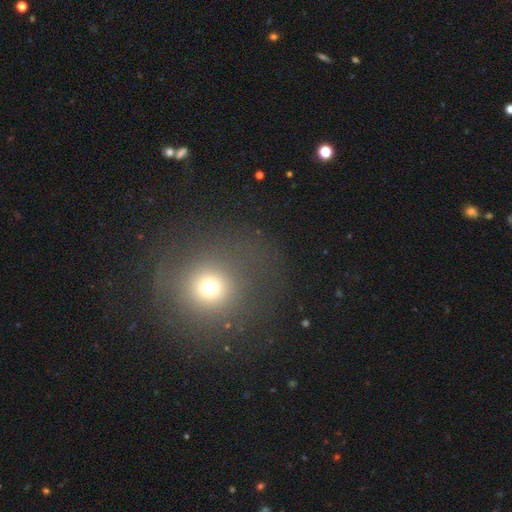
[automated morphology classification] A smooth galaxy with no disk features (62%) that is round (90%).

Vote fractions:
- Smooth or featured? smooth: 62% / star or artifact: 25% / featured or disk: 13%
- How rounded? round: 90% / in between: 9% / cigar-shaped: 1%
- Merging? none: 82% / minor disturbance: 10% / major disturbance: 6% / merger: 2%